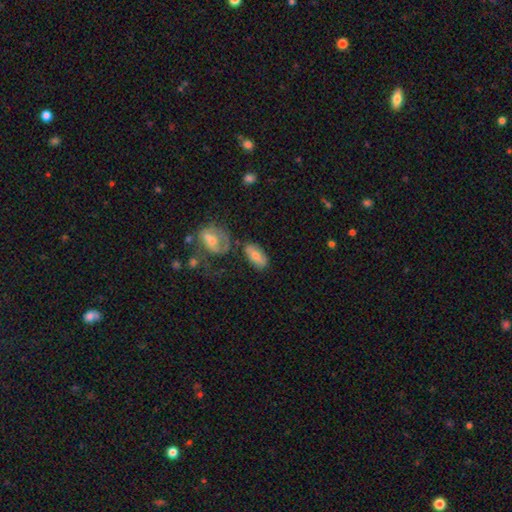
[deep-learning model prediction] A smooth galaxy with no disk features (69%) that is in between round and cigar-shaped (88%).

Vote fractions:
- Smooth or featured? smooth: 69% / featured or disk: 24% / star or artifact: 7%
- How rounded? in between: 88% / cigar-shaped: 8% / round: 4%
- Merging? none: 66% / minor disturbance: 17% / merger: 10% / major disturbance: 7%